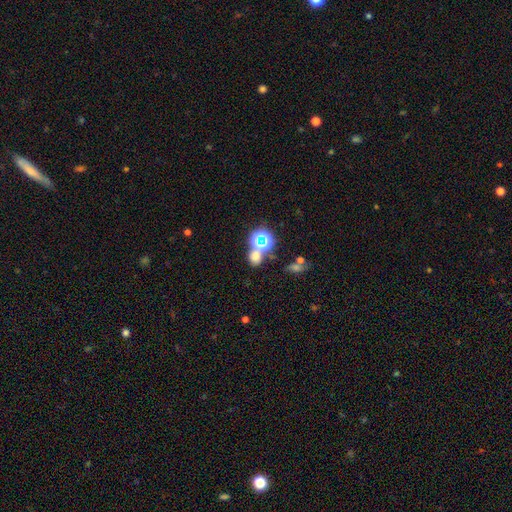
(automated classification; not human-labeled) Overall: smooth (58%; star or artifact 35%). How rounded: round (72%). Merging: none (60%; merger 26%).